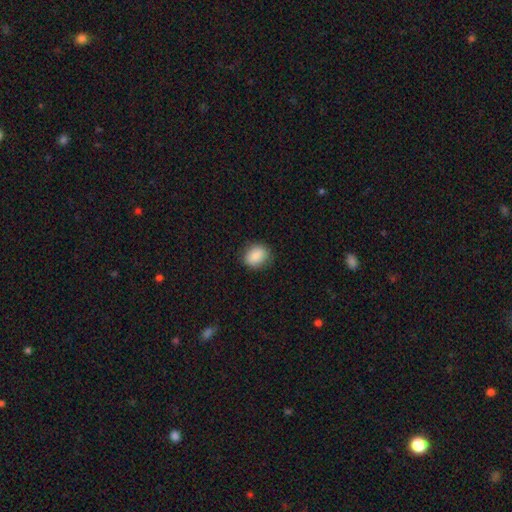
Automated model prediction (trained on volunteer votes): Overall: smooth (87%). How rounded: in between (50%; round 49%). Merging: none (85%).